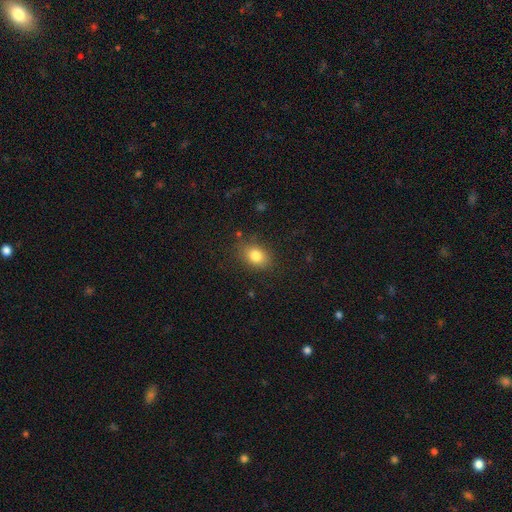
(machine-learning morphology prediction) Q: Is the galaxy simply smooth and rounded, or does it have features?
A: smooth — 81%.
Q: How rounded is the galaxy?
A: in between — 69%.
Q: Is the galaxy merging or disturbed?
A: none — 82%.